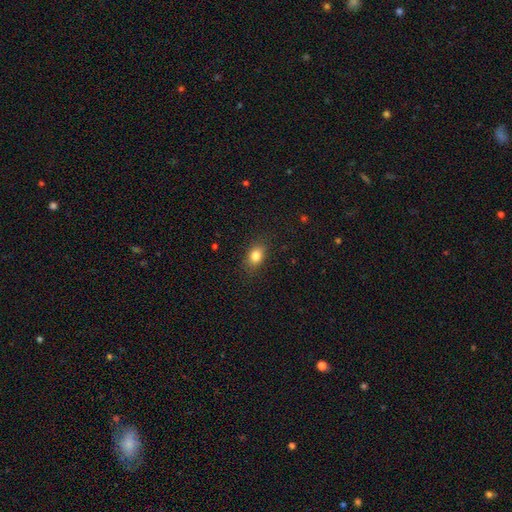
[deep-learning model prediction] A smooth galaxy with no disk features (84%) that is in between round and cigar-shaped (74%). Merging: none (84%).